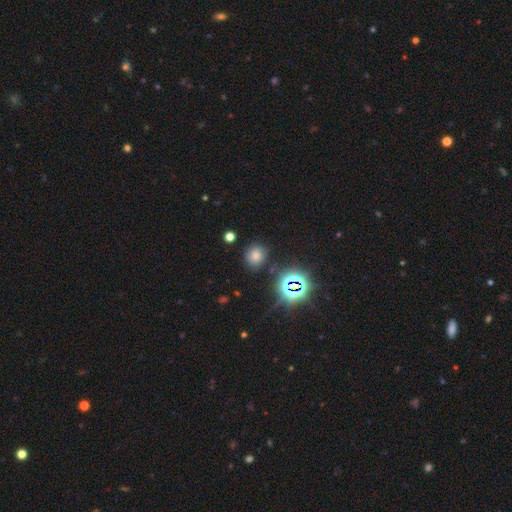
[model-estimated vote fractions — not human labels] Overall: smooth (69%). How rounded: round (80%). Merging: none (83%).